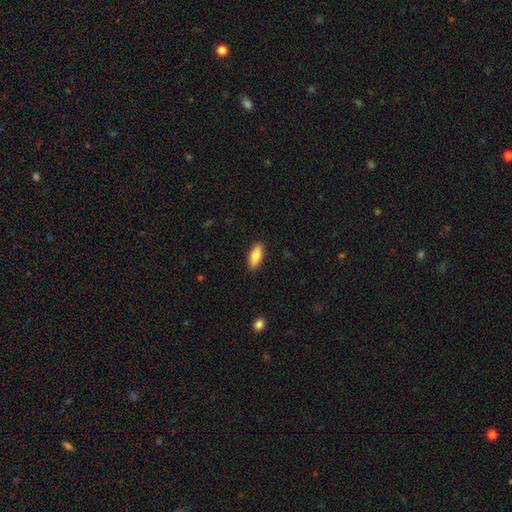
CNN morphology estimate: Smooth or featured? smooth (82%)
How rounded? in between (83%)
Merging? none (89%)